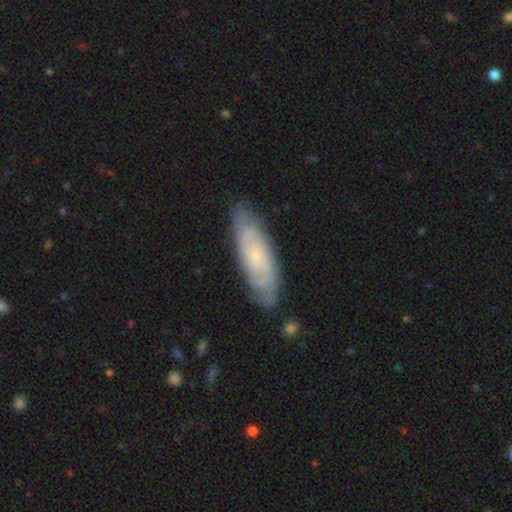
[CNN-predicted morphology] This appears to be a featured or disk galaxy (77%) with no bar (70%), 2 (39%) tight (66%) spiral arms (94%) and a small central bulge (77%). Merging: none (77%).